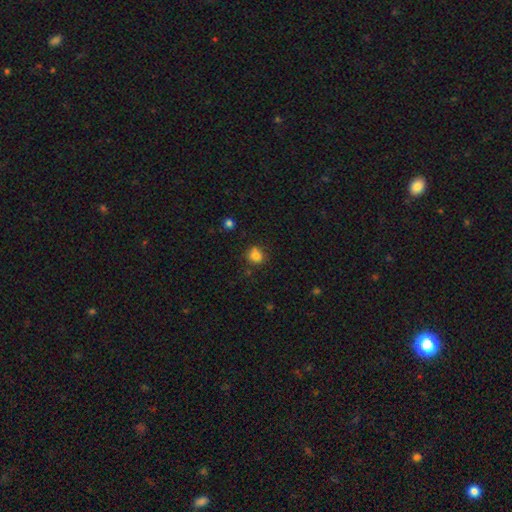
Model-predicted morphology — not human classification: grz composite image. It shows a smooth galaxy with no disk features (81%) that is round (75%). Merging: none (69%).